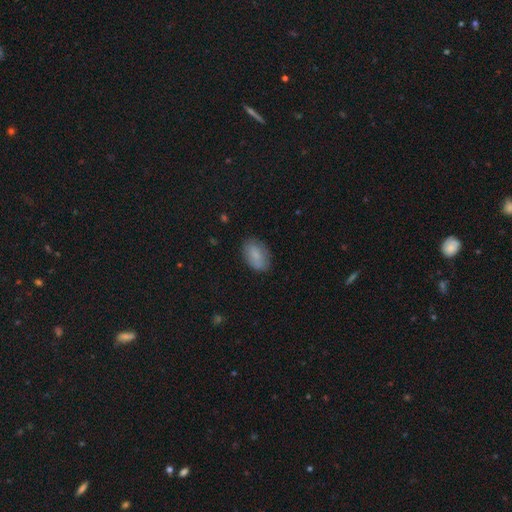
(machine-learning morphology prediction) type=smooth (83%); roundness=in between (92%); merging=none (80%).